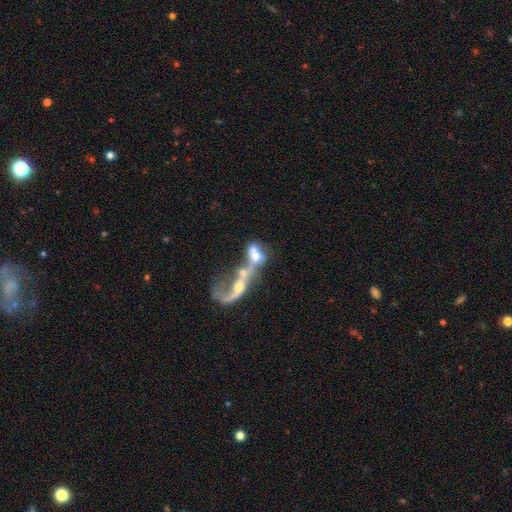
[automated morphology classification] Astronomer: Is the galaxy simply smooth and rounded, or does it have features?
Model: featured or disk — 51% (runner-up: smooth, 37%).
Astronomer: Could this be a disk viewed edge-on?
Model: no — 89%.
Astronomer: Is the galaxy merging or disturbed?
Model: merger — 77%.